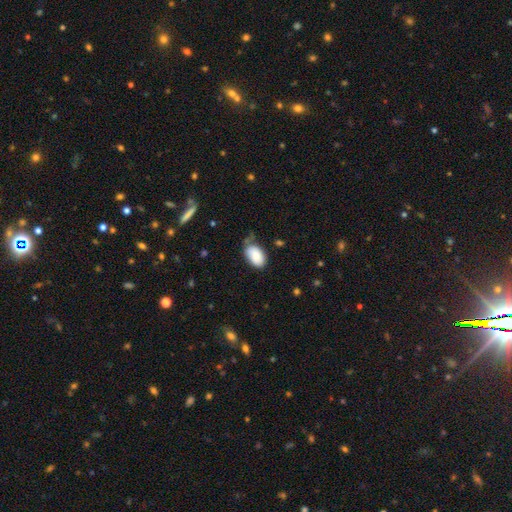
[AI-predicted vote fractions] smooth 85%, featured or disk 8%, star or artifact 7%. Down the decision tree: how rounded — in between (93%); merging — none (54%).